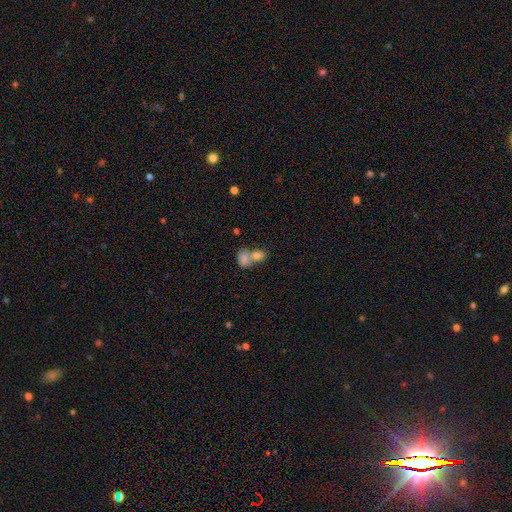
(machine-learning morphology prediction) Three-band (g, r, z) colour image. It shows a smooth galaxy with no disk features (74%) that is in between round and cigar-shaped (63%). Merging: merger (71%).